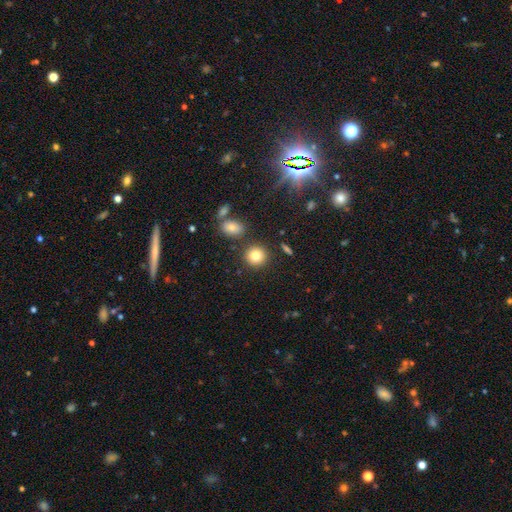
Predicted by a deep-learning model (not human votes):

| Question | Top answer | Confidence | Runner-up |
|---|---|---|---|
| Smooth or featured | smooth | 81% | star or artifact (10%) |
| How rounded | round | 89% | in between (10%) |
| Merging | none | 85% | minor disturbance (7%) |